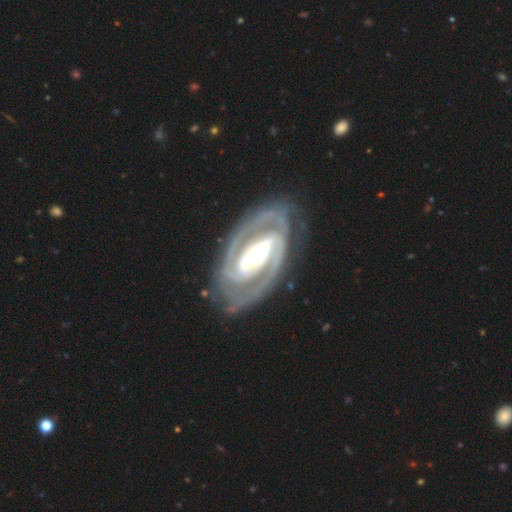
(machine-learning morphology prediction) This is clearly a featured or disk galaxy (92%). It is clearly not viewed edge-on (96%). Bar: likely strong (72%). Spiral arm pattern: clearly yes (97%). Spiral arm count: clearly 2 (91%). Spiral winding: possibly tight (59%). Central bulge: possibly moderate (56%). Merging: likely none (78%).